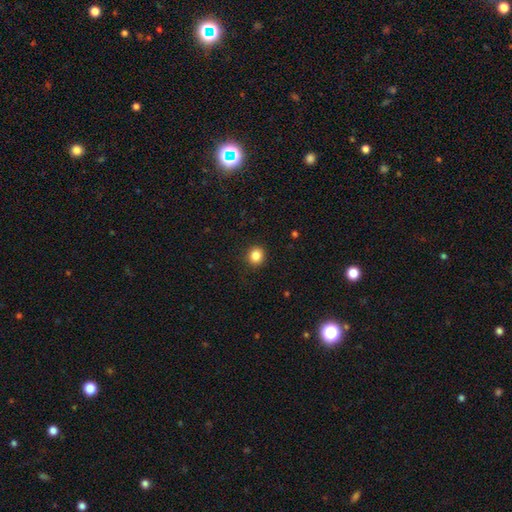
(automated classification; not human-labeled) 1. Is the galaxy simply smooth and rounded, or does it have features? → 85% smooth, 11% star or artifact, 4% featured or disk.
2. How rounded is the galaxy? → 87% round, 12% in between, 1% cigar-shaped.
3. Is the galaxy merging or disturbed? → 91% none, 6% minor disturbance, 2% major disturbance, 1% merger.